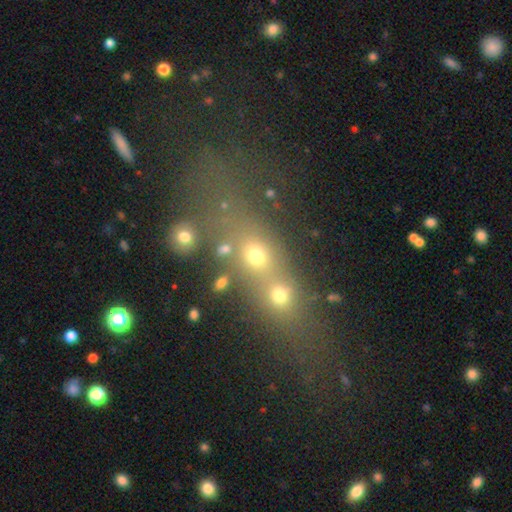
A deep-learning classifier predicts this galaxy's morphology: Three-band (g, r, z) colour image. It shows a smooth galaxy with no disk features (48%). Merging: merger (51%).